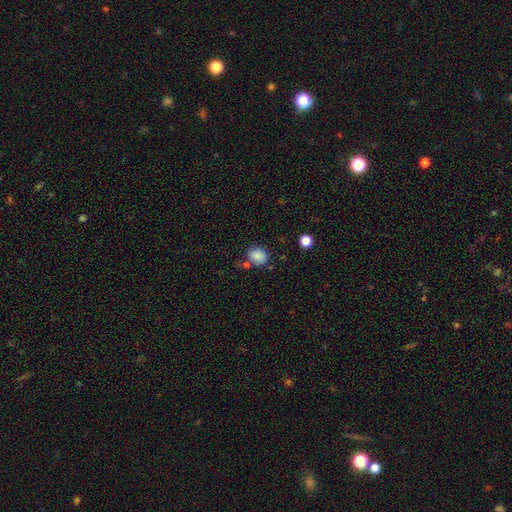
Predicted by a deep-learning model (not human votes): Smooth or featured: smooth — 85% (star or artifact — 9%)
How rounded: in between — 50% (round — 49%)
Merging: none — 70% (minor disturbance — 17%)